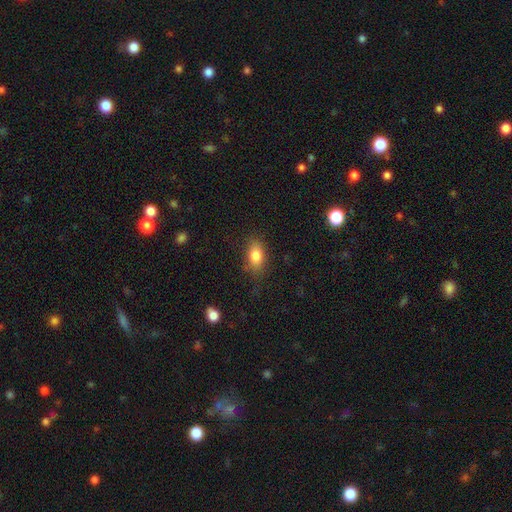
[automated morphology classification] A smooth galaxy with no disk features (82%) that is in between round and cigar-shaped (86%).

Vote fractions:
- Smooth or featured? smooth: 82% / featured or disk: 9% / star or artifact: 9%
- How rounded? in between: 86% / round: 11% / cigar-shaped: 3%
- Merging? none: 78% / minor disturbance: 16% / major disturbance: 5% / merger: 2%